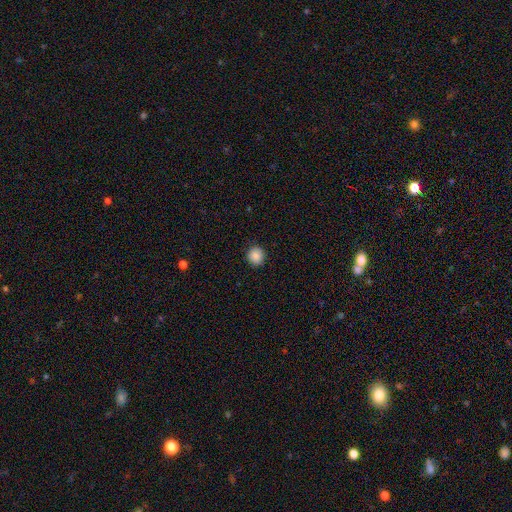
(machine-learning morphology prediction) type=smooth (87%); roundness=round (90%); merging=none (91%).